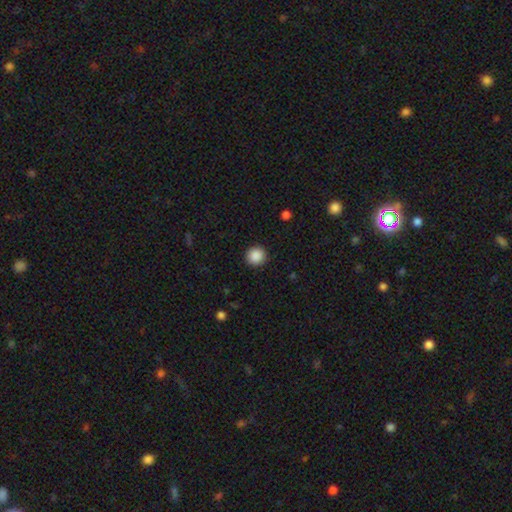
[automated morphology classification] Q: Smooth or featured?
A: smooth (89%); runner-up: star or artifact (9%)
Q: How rounded?
A: round (93%); runner-up: in between (6%)
Q: Merging?
A: none (91%); runner-up: minor disturbance (6%)